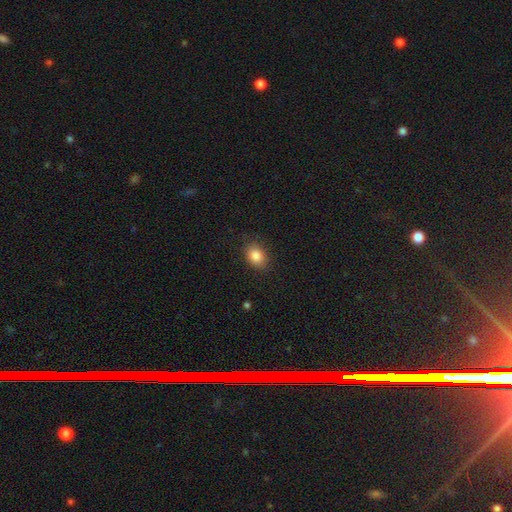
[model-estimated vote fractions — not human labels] This appears to be a smooth galaxy with no disk features (86%) that is in between round and cigar-shaped (69%). Merging: none (85%).